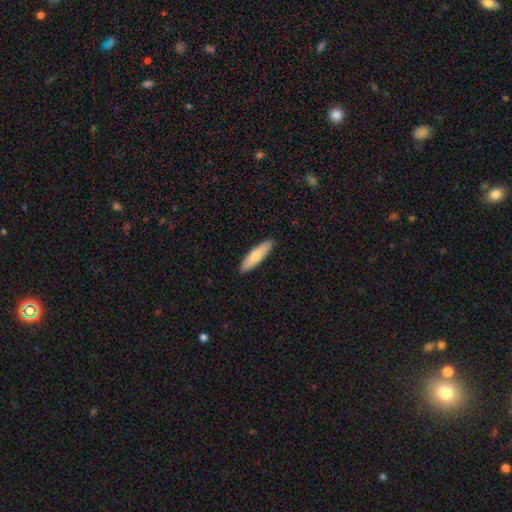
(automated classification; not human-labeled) Morphology: type=smooth (76%); roundness=cigar-shaped (69%); merging=none (90%).